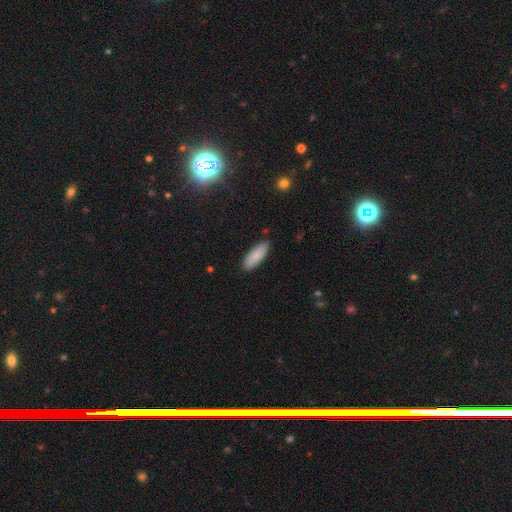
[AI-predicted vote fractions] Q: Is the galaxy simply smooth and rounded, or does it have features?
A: smooth — 87%.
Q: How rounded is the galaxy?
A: in between — 61%.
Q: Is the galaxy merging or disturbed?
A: none — 88%.